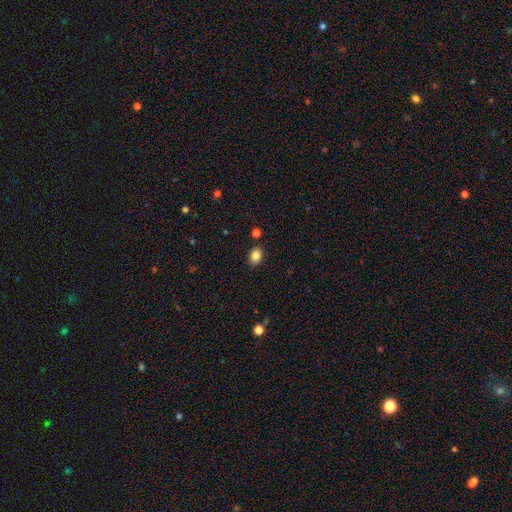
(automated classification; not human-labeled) Smooth or featured? smooth (85%)
How rounded? in between (65%)
Merging? none (86%)